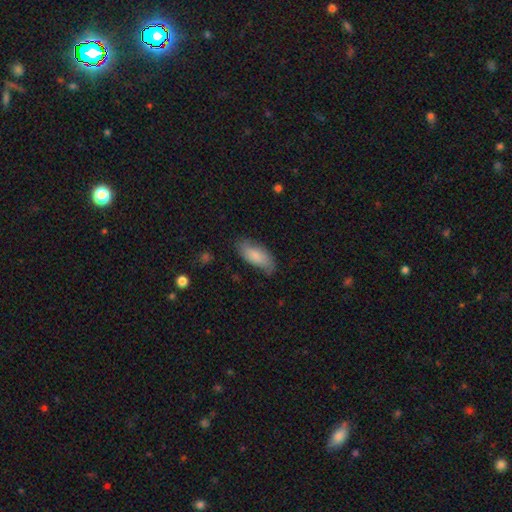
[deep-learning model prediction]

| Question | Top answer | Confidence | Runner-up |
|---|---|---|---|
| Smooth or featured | smooth | 80% | featured or disk (14%) |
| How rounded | in between | 84% | cigar-shaped (14%) |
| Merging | none | 70% | minor disturbance (23%) |